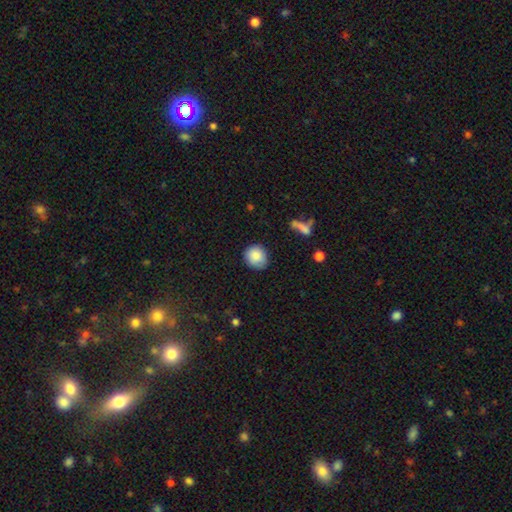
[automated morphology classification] type=smooth (86%); roundness=round (85%); merging=none (80%).